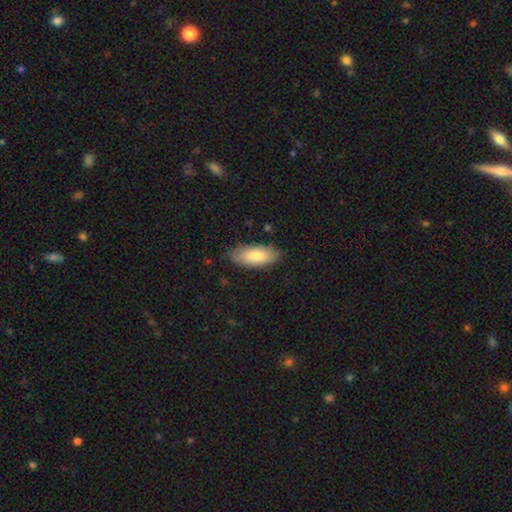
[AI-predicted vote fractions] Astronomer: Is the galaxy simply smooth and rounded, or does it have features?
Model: smooth — 82%.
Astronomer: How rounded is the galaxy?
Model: in between — 83%.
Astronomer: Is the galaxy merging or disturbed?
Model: none — 83%.